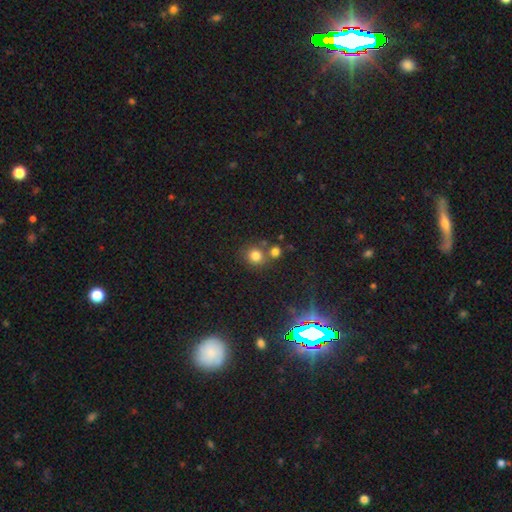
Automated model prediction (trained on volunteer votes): Smooth or featured: smooth — 77% (star or artifact — 16%)
How rounded: round — 88% (in between — 11%)
Merging: none — 66% (merger — 22%)